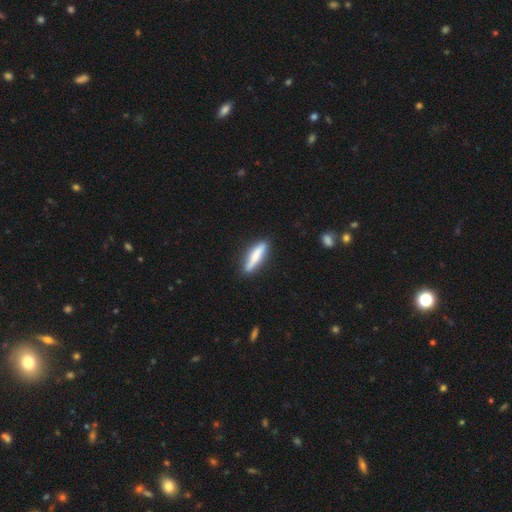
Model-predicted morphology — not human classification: Smooth or featured? Predicted: smooth (p=0.59). How rounded? Predicted: cigar-shaped (p=0.83). Merging? Predicted: none (p=0.86).